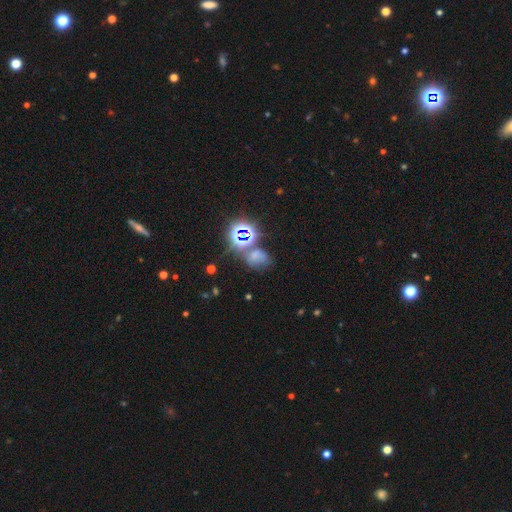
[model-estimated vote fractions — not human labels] Morphology: type=star or artifact (47%).